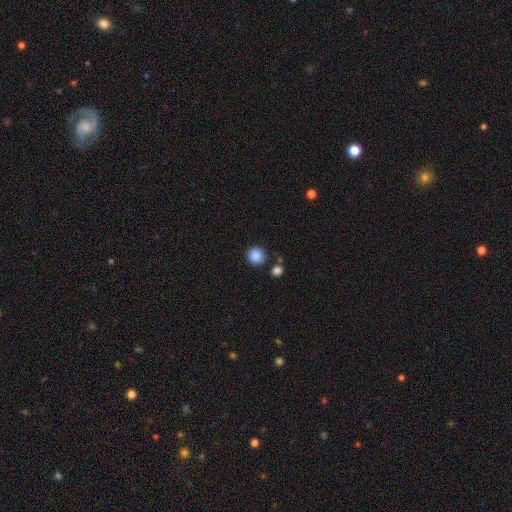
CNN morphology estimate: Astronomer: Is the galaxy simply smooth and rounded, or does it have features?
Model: smooth — 88%.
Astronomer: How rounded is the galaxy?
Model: round — 92%.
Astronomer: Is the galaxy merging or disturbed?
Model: none — 80%.